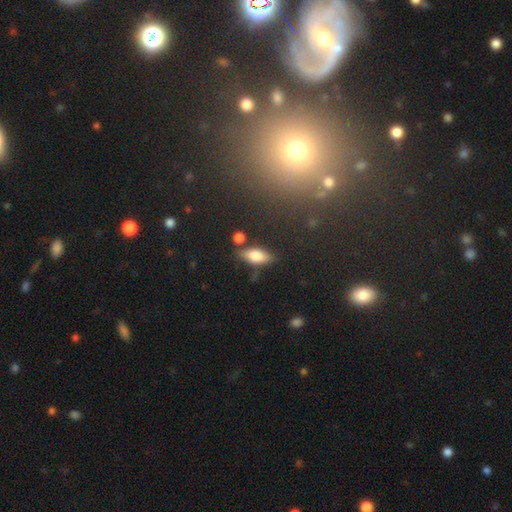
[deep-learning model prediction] smooth 73%, featured or disk 19%, star or artifact 8%. Down the decision tree: how rounded — in between (78%); merging — none (72%).